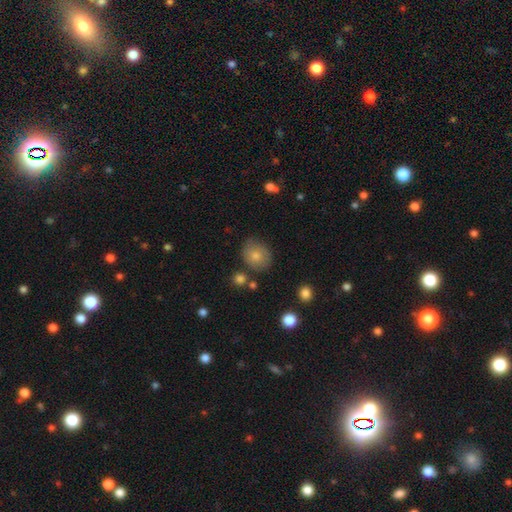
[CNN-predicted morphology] Smooth or featured? smooth (78%)
How rounded? round (66%)
Merging? none (72%)